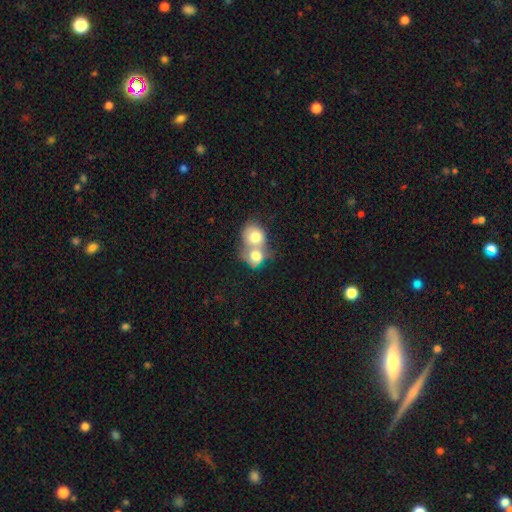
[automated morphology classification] smooth-or-featured: smooth: 71% | featured or disk: 21% | star or artifact: 9%
  how-rounded: round: 63% | in between: 36% | cigar-shaped: 1%
  merging: merger: 76% | none: 15% | minor disturbance: 5% | major disturbance: 4%